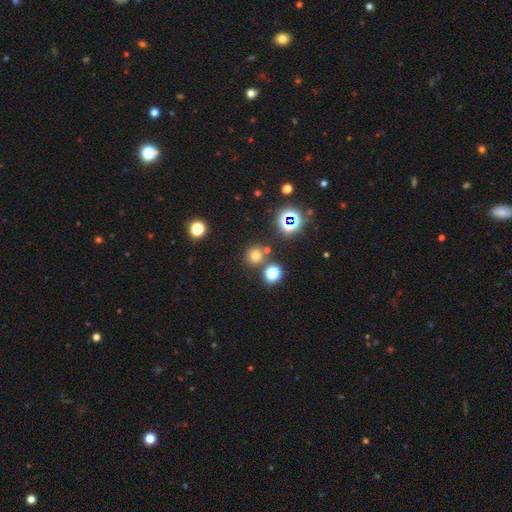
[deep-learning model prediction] Smooth or featured? Predicted: smooth (p=0.66). How rounded? Predicted: round (p=0.92). Merging? Predicted: none (p=0.79).